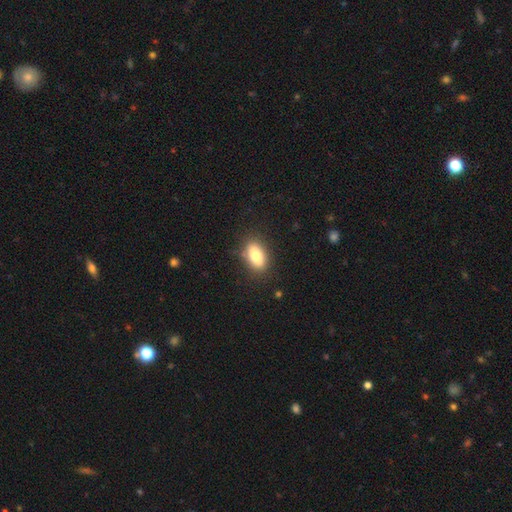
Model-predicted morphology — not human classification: smooth_or_featured: smooth (p=0.79) [alt: featured or disk p=0.13]
how_rounded: in between (p=0.87) [alt: cigar-shaped p=0.08]
merging: none (p=0.84) [alt: minor disturbance p=0.12]